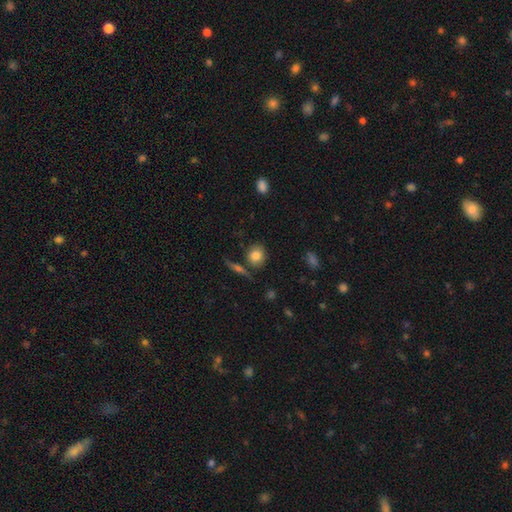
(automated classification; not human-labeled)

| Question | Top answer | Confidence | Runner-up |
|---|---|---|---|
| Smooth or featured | smooth | 81% | featured or disk (10%) |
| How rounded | round | 75% | in between (23%) |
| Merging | none | 76% | minor disturbance (12%) |